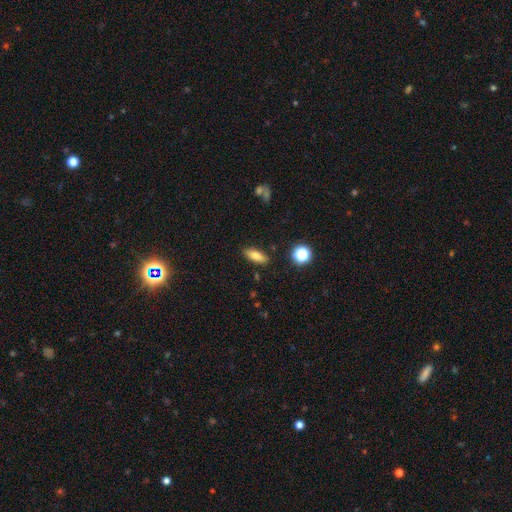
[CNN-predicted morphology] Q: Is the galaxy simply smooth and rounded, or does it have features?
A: smooth — 75%.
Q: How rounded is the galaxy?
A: in between — 67%.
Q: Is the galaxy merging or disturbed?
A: none — 86%.